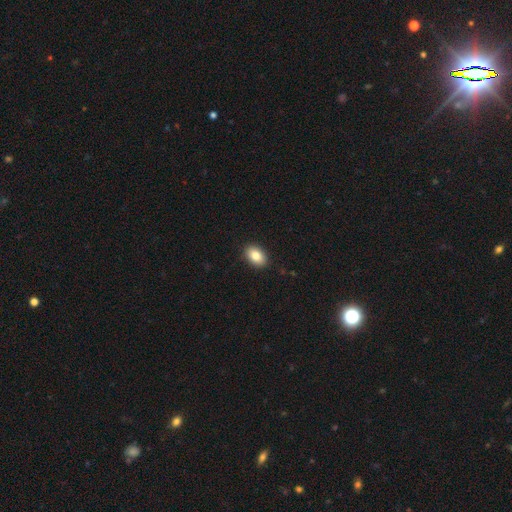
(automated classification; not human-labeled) Overall: smooth (85%). How rounded: in between (87%). Merging: none (90%).